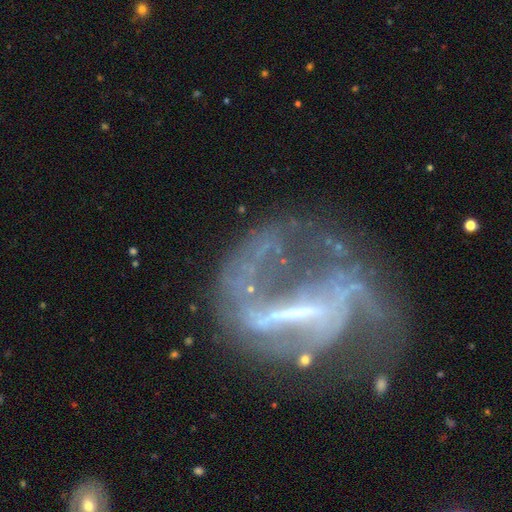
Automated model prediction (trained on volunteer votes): The model was most divided on "bulge size": none: 40%, small: 38%, moderate: 18%, large: 3%, dominant: 1%. Remaining: edge-on disk — no (94%); smooth or featured — featured or disk (80%); spiral arms — yes (70%); bar — strong (58%); spiral winding — loose (50%); spiral arm count — 2 (44%); merging — major disturbance (40%).